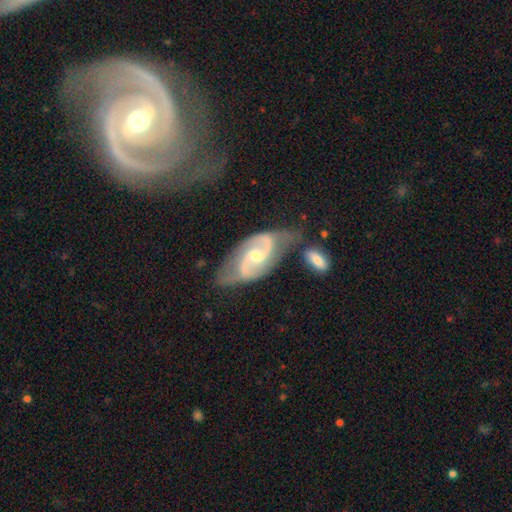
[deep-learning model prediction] Overall: featured or disk (89%). Edge-on disk: no (96%). Bar: weak (50%; no 34%). Spiral arms: yes (97%). Spiral arm count: 2 (92%). Spiral winding: medium (55%; loose 26%). Bulge size: moderate (51%; small 43%). Merging: none (52%; minor disturbance 23%).